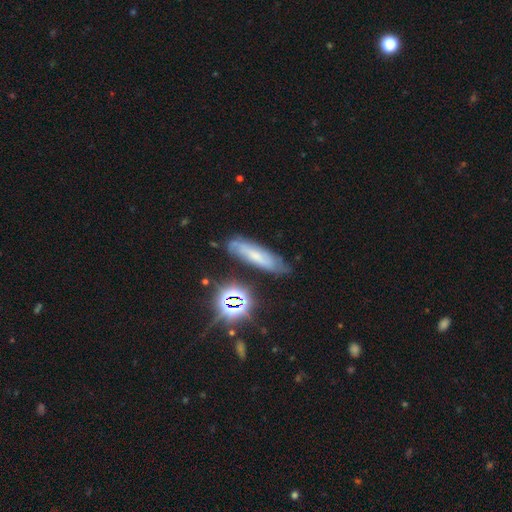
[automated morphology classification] Smooth or featured: smooth — 40% (featured or disk — 39%)
Merging: none — 71% (minor disturbance — 19%)